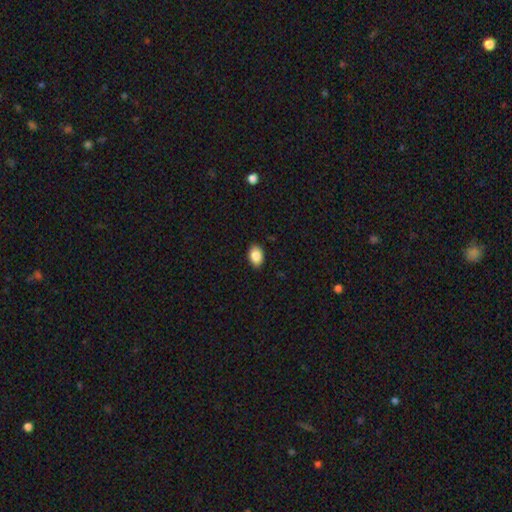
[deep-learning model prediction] Smooth or featured: smooth — 87% (star or artifact — 8%)
How rounded: in between — 85% (round — 14%)
Merging: none — 88% (minor disturbance — 9%)